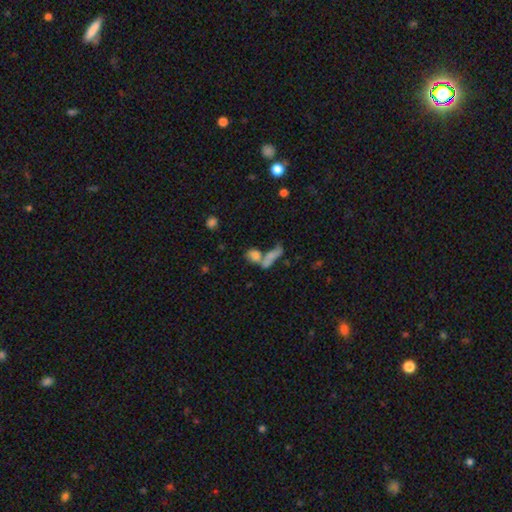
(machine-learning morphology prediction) smooth_or_featured: smooth (p=0.54) [alt: star or artifact p=0.24]
how_rounded: in between (p=0.41) [alt: round p=0.35]
merging: none (p=0.44) [alt: merger p=0.39]